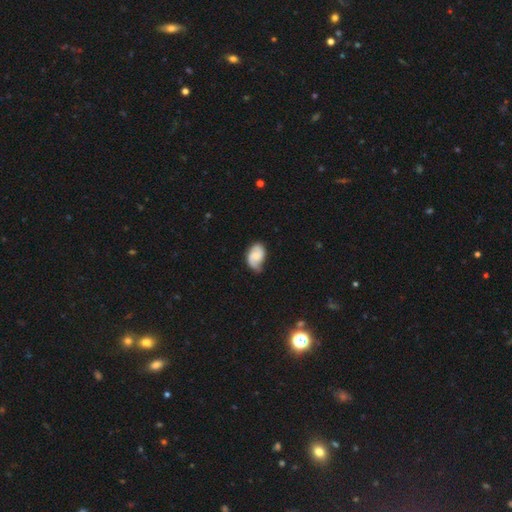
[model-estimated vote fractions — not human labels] Smooth or featured?
  - featured or disk: 53% *
  - smooth: 40%
  - star or artifact: 7%
Edge-on disk?
  - no: 97% *
  - yes: 3%
Bar?
  - no: 60% *
  - weak: 33%
  - strong: 6%
Spiral arms?
  - yes: 90% *
  - no: 10%
Bulge size?
  - small: 41% *
  - moderate: 32%
  - none: 19%
  - large: 6%
  - dominant: 2%
Merging?
  - none: 55% *
  - minor disturbance: 33%
  - major disturbance: 10%
  - merger: 2%